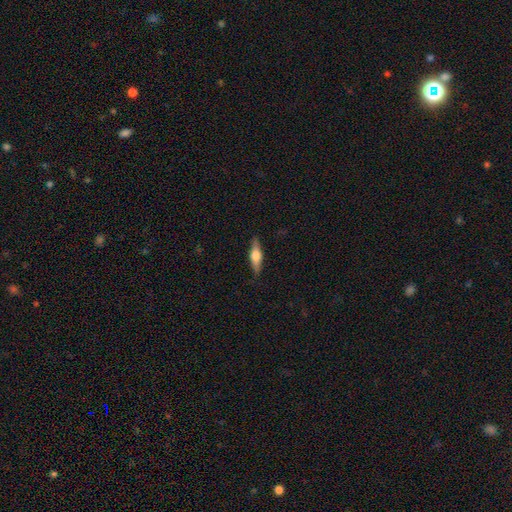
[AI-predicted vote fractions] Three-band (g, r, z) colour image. It shows a featured or disk galaxy (51%) viewed edge-on (94%). Merging: none (87%).